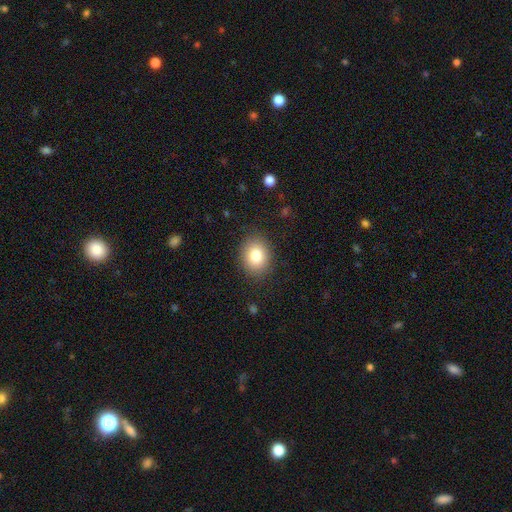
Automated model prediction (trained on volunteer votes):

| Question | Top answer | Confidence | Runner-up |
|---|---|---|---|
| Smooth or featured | smooth | 81% | star or artifact (10%) |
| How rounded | round | 57% | in between (42%) |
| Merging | none | 87% | minor disturbance (9%) |